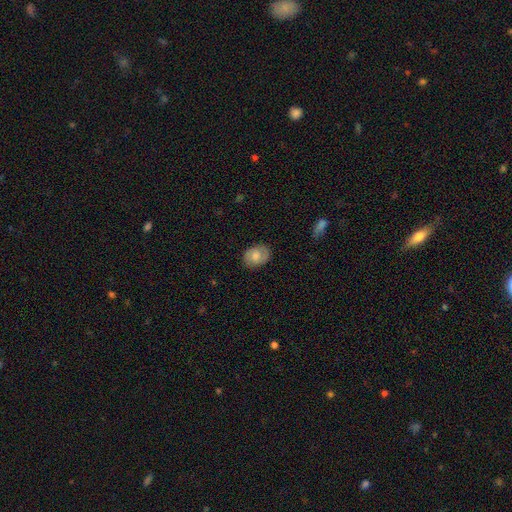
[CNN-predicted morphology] This is likely a smooth galaxy (64%). How rounded: likely in between (68%). Merging: clearly none (83%).